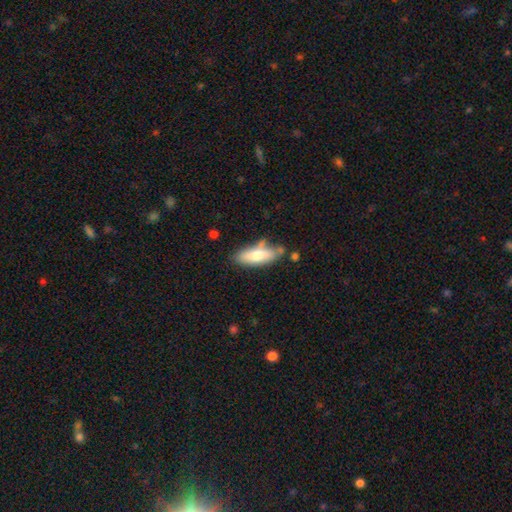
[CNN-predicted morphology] The model was most divided on "how rounded": in between: 57%, cigar-shaped: 41%, round: 2%. More confident: smooth or featured — smooth (70%); merging — none (61%).